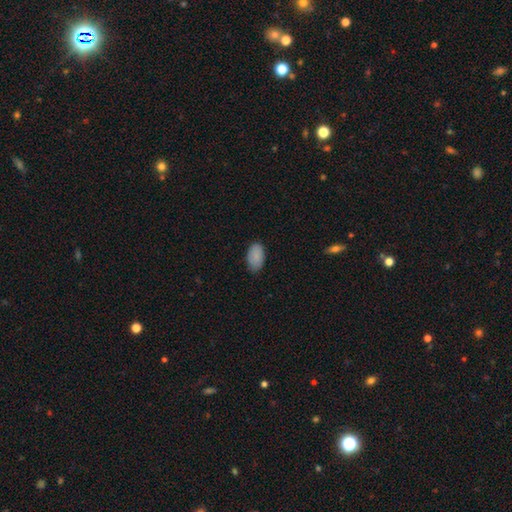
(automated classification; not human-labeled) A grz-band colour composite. It shows a smooth galaxy with no disk features (88%) that is in between round and cigar-shaped (94%). Merging: none (82%).